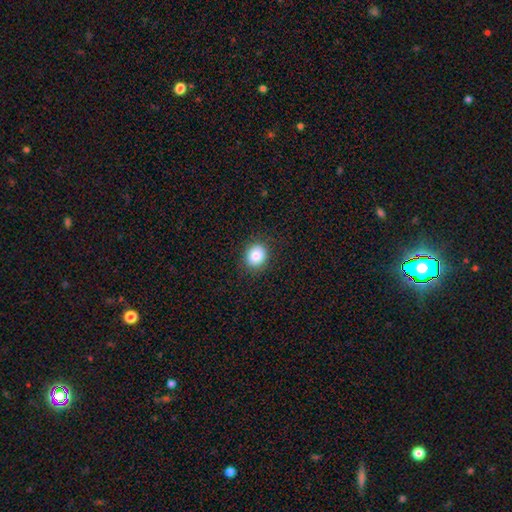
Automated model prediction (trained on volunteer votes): Morphology: type=smooth (85%); roundness=round (71%); merging=none (88%).